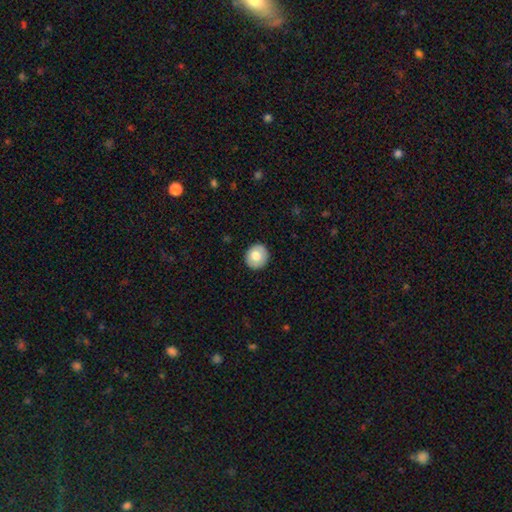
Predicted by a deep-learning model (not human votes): Q: Smooth or featured?
A: smooth (75%); runner-up: featured or disk (18%)
Q: How rounded?
A: round (88%); runner-up: in between (11%)
Q: Merging?
A: none (90%); runner-up: minor disturbance (7%)